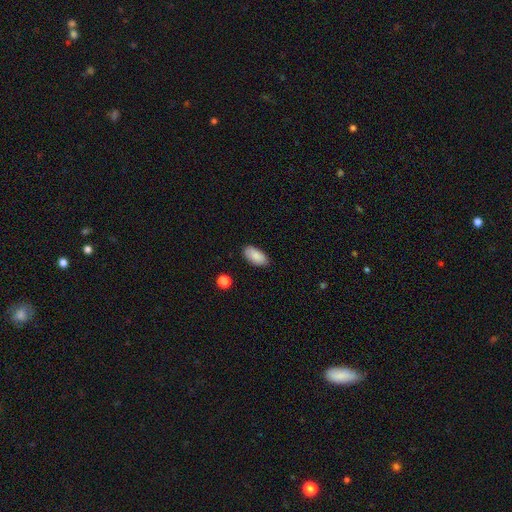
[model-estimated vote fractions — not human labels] A smooth galaxy with no disk features (88%) that is in between round and cigar-shaped (94%).

Vote fractions:
- Smooth or featured? smooth: 88% / star or artifact: 7% / featured or disk: 5%
- How rounded? in between: 94% / cigar-shaped: 4% / round: 3%
- Merging? none: 87% / minor disturbance: 10% / major disturbance: 2% / merger: 1%